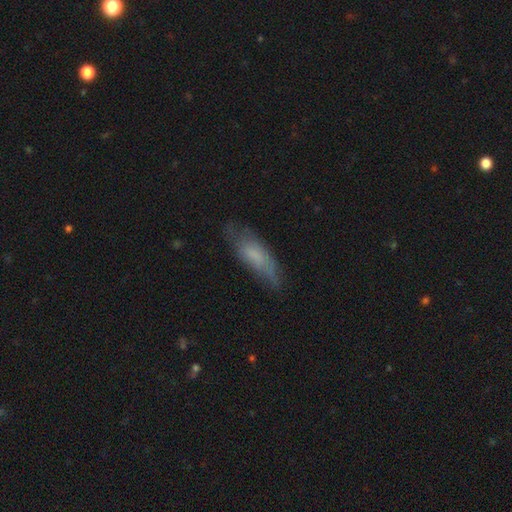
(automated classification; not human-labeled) Smooth or featured?
  - smooth: 62% *
  - featured or disk: 30%
  - star or artifact: 8%
How rounded?
  - in between: 58% *
  - cigar-shaped: 40%
  - round: 2%
Merging?
  - none: 60% *
  - minor disturbance: 28%
  - major disturbance: 10%
  - merger: 2%